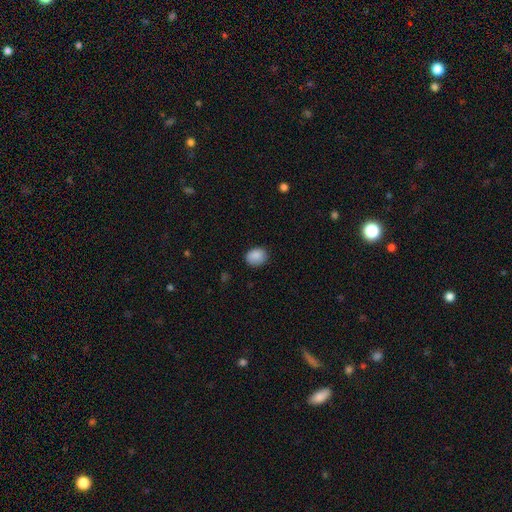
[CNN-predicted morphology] smooth-or-featured: smooth: 88% | star or artifact: 8% | featured or disk: 4%
  how-rounded: round: 55% | in between: 44% | cigar-shaped: 1%
  merging: none: 78% | minor disturbance: 17% | major disturbance: 3% | merger: 1%